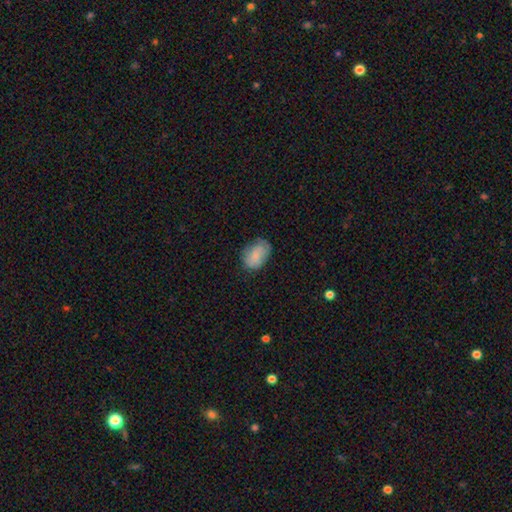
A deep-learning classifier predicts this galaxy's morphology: Smooth or featured: smooth — 80% (featured or disk — 13%)
How rounded: in between — 83% (round — 16%)
Merging: none — 67% (minor disturbance — 25%)